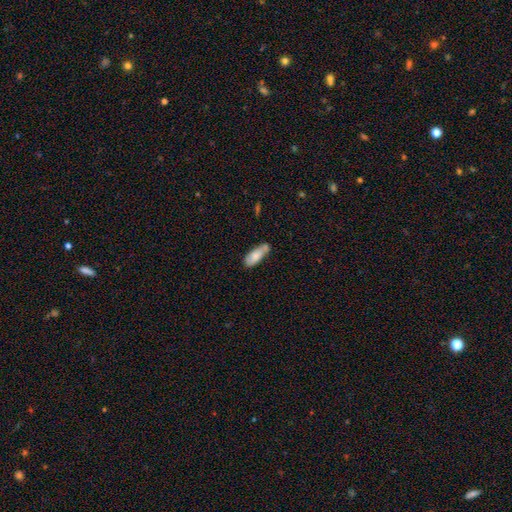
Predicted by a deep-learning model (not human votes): This is likely a smooth galaxy (75%). How rounded: likely in between (72%). Merging: possibly none (50%).